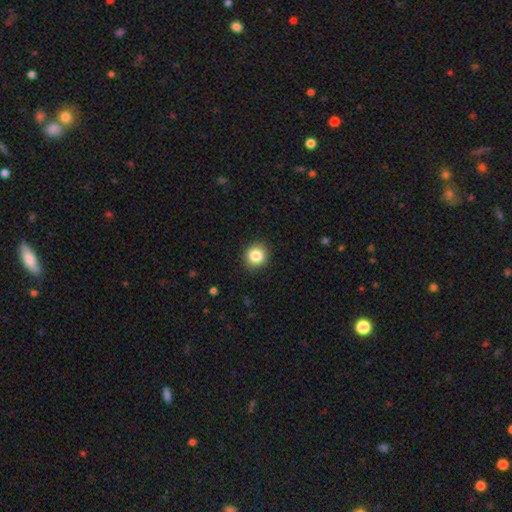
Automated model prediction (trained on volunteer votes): This appears to be a smooth galaxy with no disk features (84%) that is round (84%). Merging: none (90%).